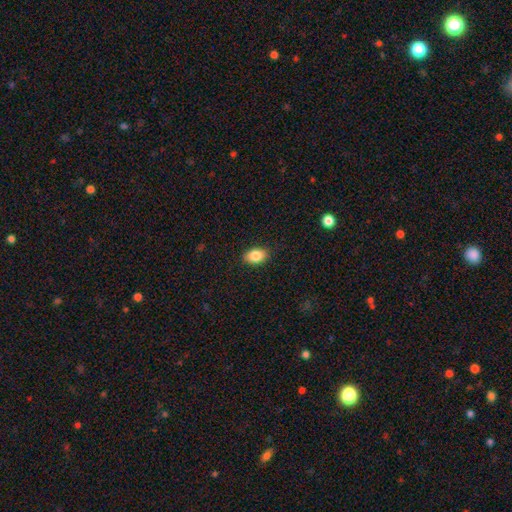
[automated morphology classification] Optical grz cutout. It shows a smooth galaxy with no disk features (85%) that is in between round and cigar-shaped (86%). Merging: none (87%).